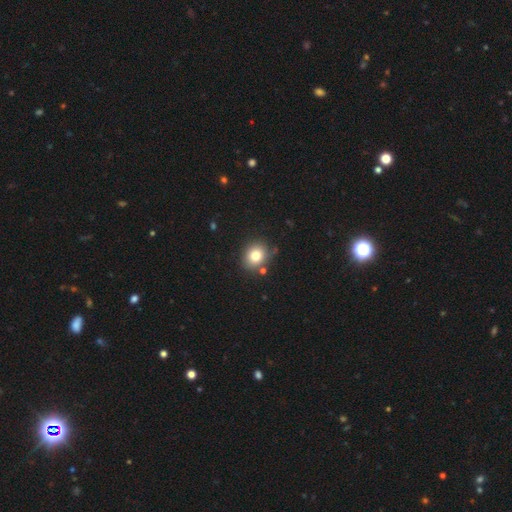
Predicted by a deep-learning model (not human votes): Smooth or featured: smooth — 81% (star or artifact — 11%)
How rounded: round — 73% (in between — 26%)
Merging: none — 82% (minor disturbance — 11%)